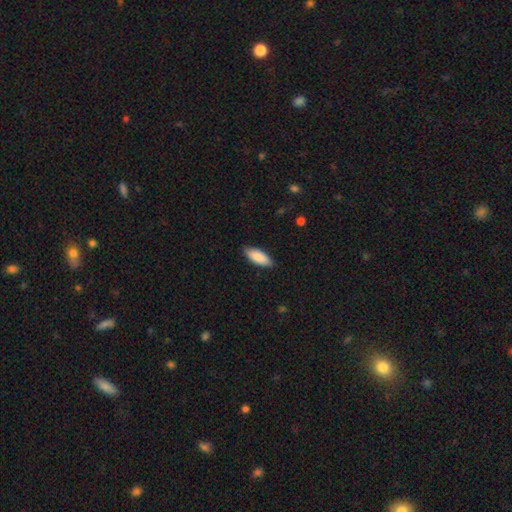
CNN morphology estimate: smooth-or-featured: smooth: 88% | featured or disk: 6% | star or artifact: 5%
  how-rounded: in between: 75% | cigar-shaped: 23% | round: 2%
  merging: none: 87% | minor disturbance: 10% | major disturbance: 2% | merger: 1%